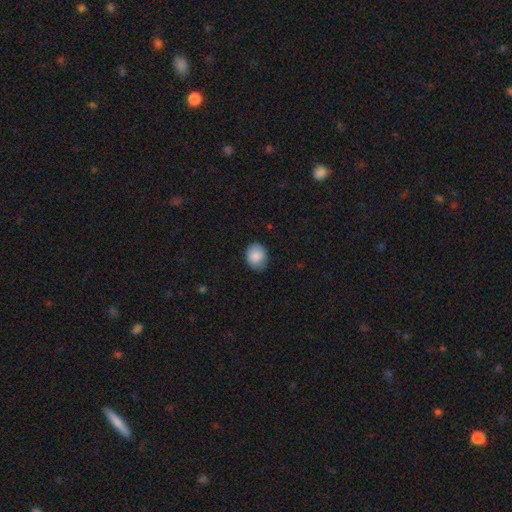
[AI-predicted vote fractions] Morphology: type=smooth (87%); roundness=round (59%); merging=none (78%).